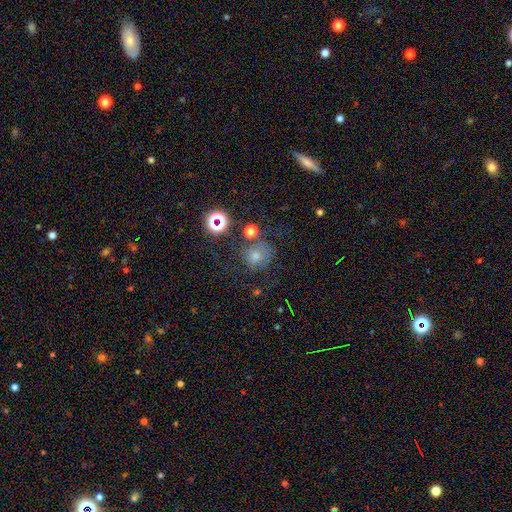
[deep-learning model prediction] smooth_or_featured: smooth (p=0.46) [alt: star or artifact p=0.34]
merging: none (p=0.62) [alt: minor disturbance p=0.17]